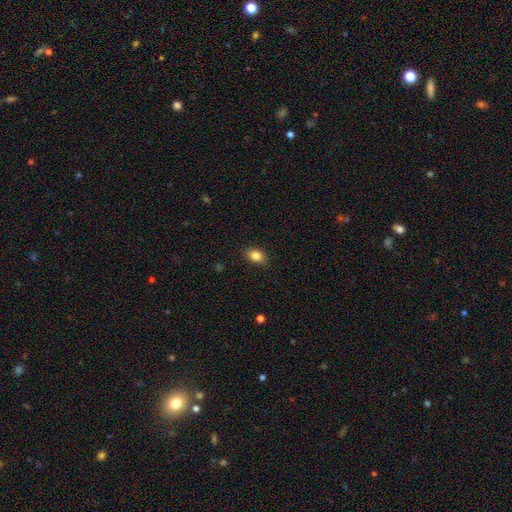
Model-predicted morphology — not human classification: This appears to be a smooth galaxy with no disk features (85%) that is in between round and cigar-shaped (76%). Merging: none (86%).